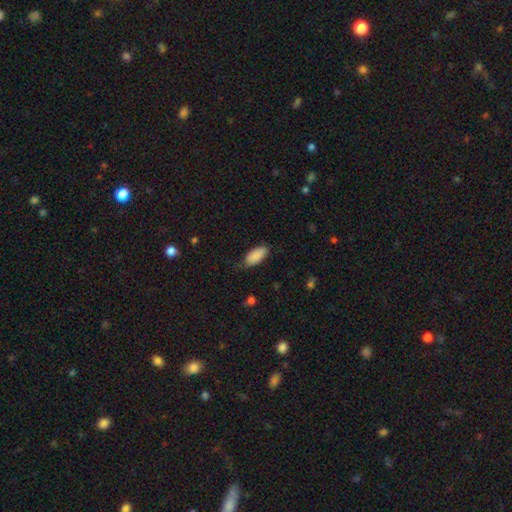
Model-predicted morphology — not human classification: This is clearly a smooth galaxy (89%). How rounded: clearly in between (91%). Merging: likely none (65%).